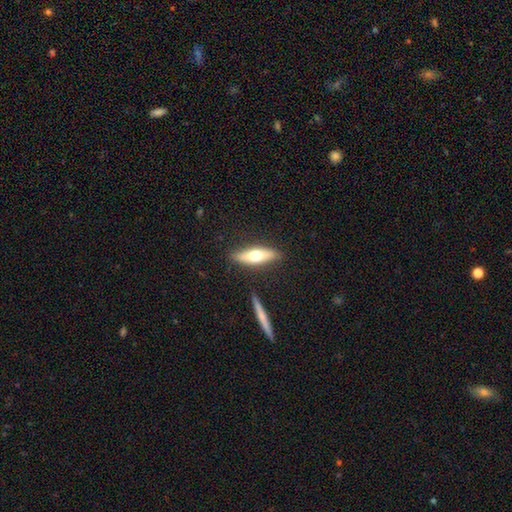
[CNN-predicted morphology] This is possibly a smooth galaxy (55%). How rounded: possibly cigar-shaped (57%). Merging: clearly none (84%).